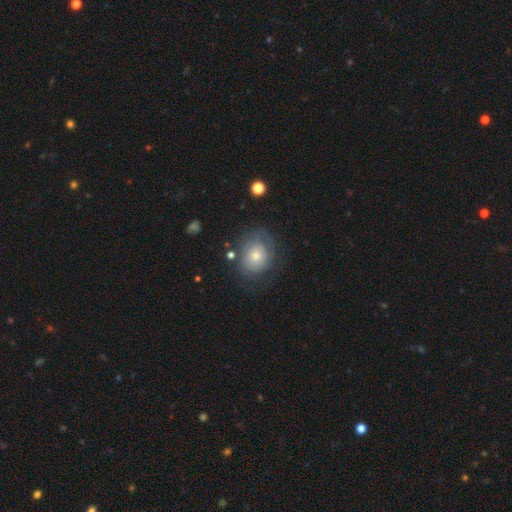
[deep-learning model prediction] The model was most divided on "smooth or featured": smooth: 52%, featured or disk: 37%, star or artifact: 11%. More confident: merging — none (66%); how rounded — round (66%).